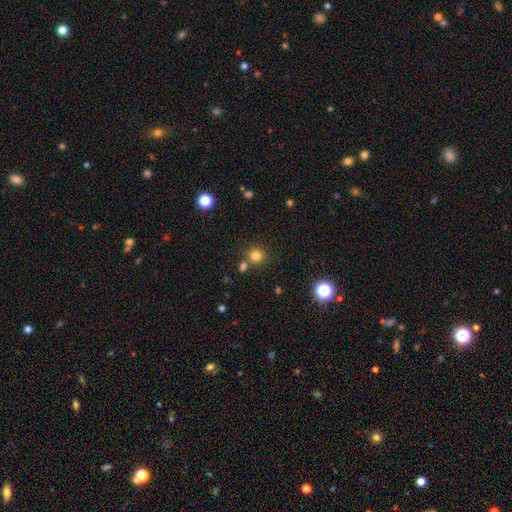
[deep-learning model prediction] A smooth galaxy with no disk features (79%) that is round (91%). Merging: none (76%).